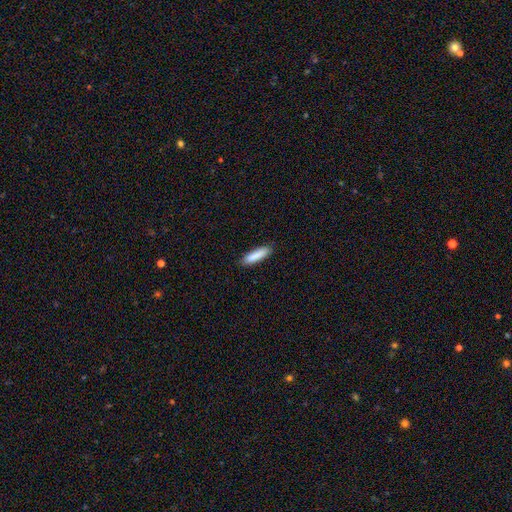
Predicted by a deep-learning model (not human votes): smooth-or-featured: smooth: 88% | featured or disk: 6% | star or artifact: 6%
  how-rounded: cigar-shaped: 75% | in between: 24% | round: 1%
  merging: none: 89% | minor disturbance: 8% | major disturbance: 2% | merger: 1%